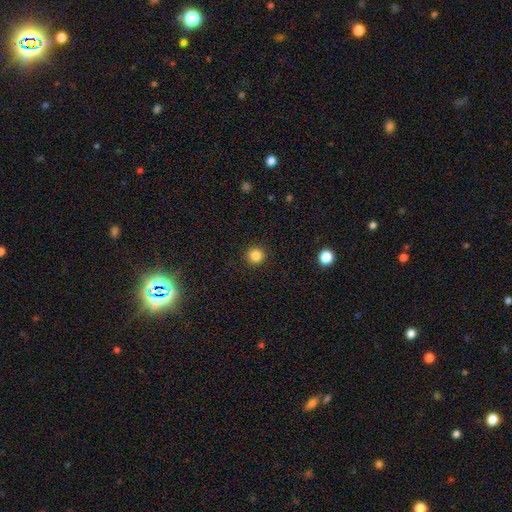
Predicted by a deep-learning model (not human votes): A smooth galaxy with no disk features (84%) that is round (94%).

Vote fractions:
- Smooth or featured? smooth: 84% / star or artifact: 12% / featured or disk: 4%
- How rounded? round: 94% / in between: 5% / cigar-shaped: 1%
- Merging? none: 92% / minor disturbance: 5% / major disturbance: 2% / merger: 1%